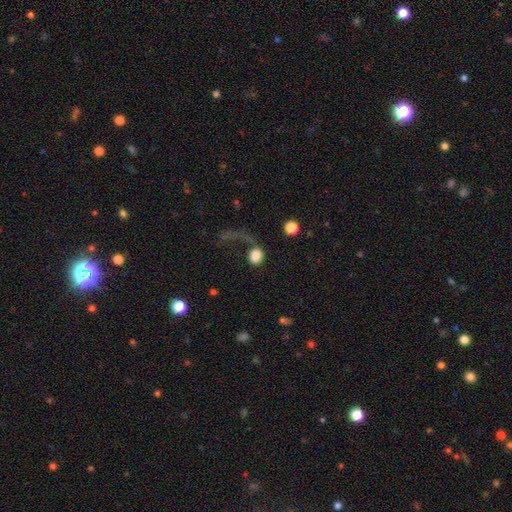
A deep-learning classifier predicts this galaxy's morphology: Smooth or featured?
  - smooth: 78% *
  - featured or disk: 13%
  - star or artifact: 9%
How rounded?
  - round: 67% *
  - in between: 31%
  - cigar-shaped: 1%
Merging?
  - major disturbance: 44% *
  - none: 33%
  - minor disturbance: 14%
  - merger: 9%